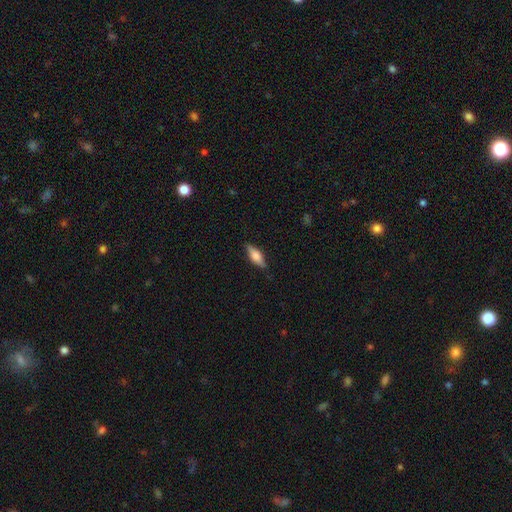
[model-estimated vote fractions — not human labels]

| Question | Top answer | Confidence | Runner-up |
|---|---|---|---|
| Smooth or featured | smooth | 54% | featured or disk (39%) |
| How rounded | in between | 58% | cigar-shaped (39%) |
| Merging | none | 83% | minor disturbance (13%) |